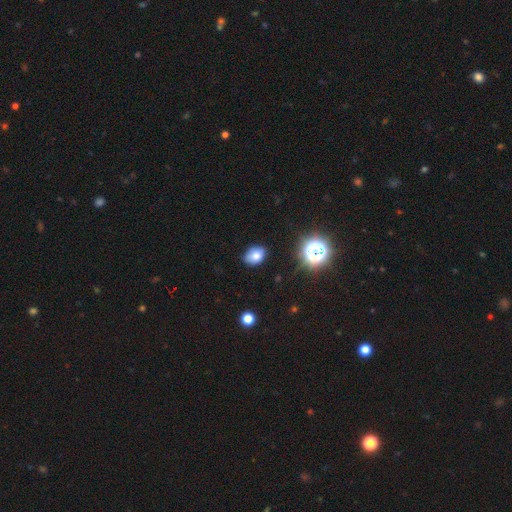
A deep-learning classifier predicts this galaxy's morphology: The model was most divided on "how rounded": in between: 72%, round: 27%, cigar-shaped: 1%. More confident: merging — none (78%); smooth or featured — smooth (77%).